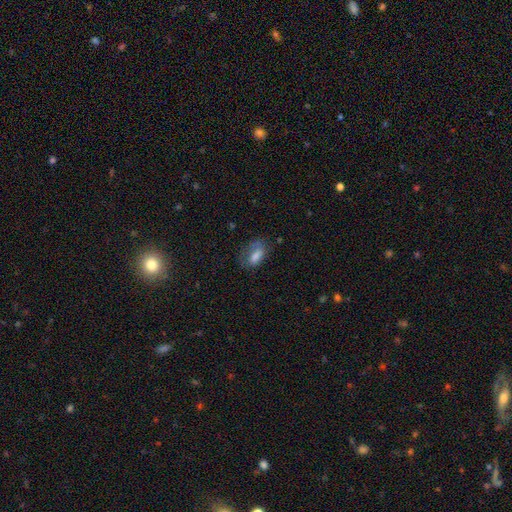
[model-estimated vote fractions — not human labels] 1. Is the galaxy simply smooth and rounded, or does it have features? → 63% smooth, 25% featured or disk, 12% star or artifact.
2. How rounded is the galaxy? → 84% in between, 8% cigar-shaped, 8% round.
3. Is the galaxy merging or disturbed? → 51% none, 26% minor disturbance, 21% major disturbance, 2% merger.